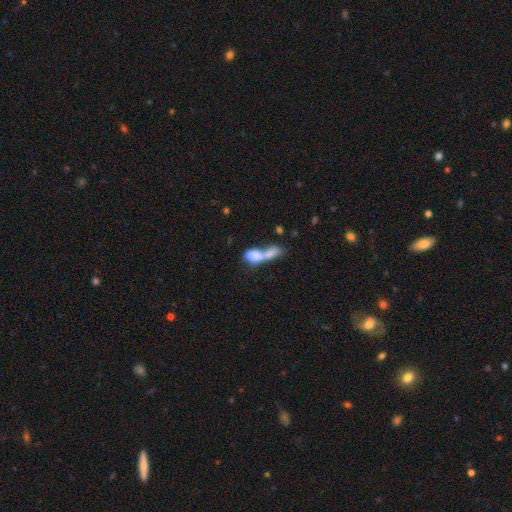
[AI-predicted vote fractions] The model was most divided on "smooth or featured": smooth: 71%, featured or disk: 20%, star or artifact: 8%. More confident: merging — merger (77%); how rounded — in between (74%).